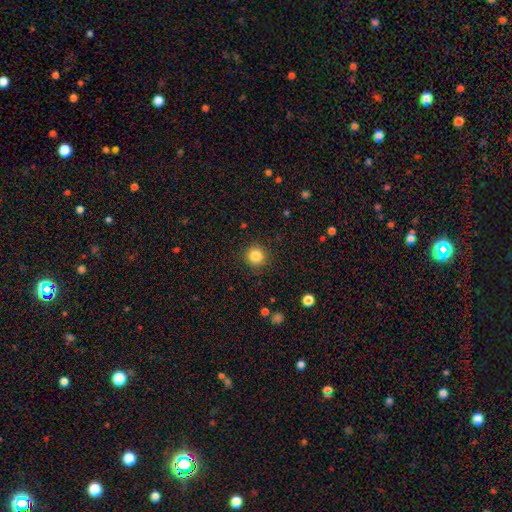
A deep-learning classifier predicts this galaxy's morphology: Smooth or featured? Predicted: smooth (p=0.85). How rounded? Predicted: round (p=0.93). Merging? Predicted: none (p=0.90).